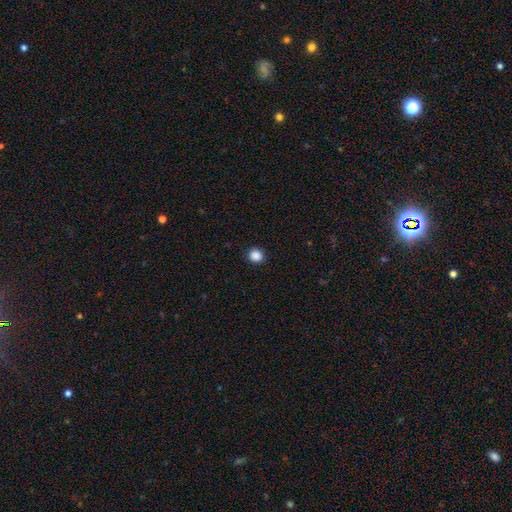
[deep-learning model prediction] Q: Smooth or featured?
A: smooth (88%); runner-up: star or artifact (10%)
Q: How rounded?
A: round (85%); runner-up: in between (14%)
Q: Merging?
A: none (92%); runner-up: minor disturbance (6%)